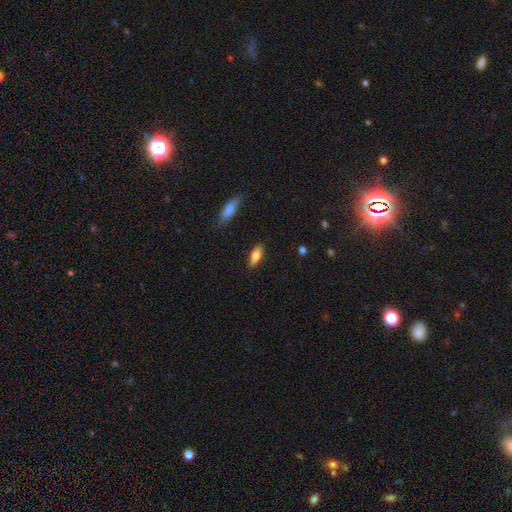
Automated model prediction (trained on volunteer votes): Smooth or featured? Predicted: smooth (p=0.79). How rounded? Predicted: in between (p=0.71). Merging? Predicted: none (p=0.87).